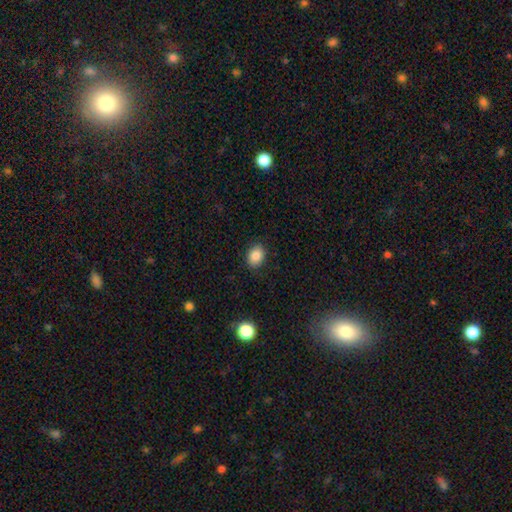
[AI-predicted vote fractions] The model was most divided on "how rounded": in between: 61%, round: 39%, cigar-shaped: 1%. More confident: merging — none (87%); smooth or featured — smooth (86%).